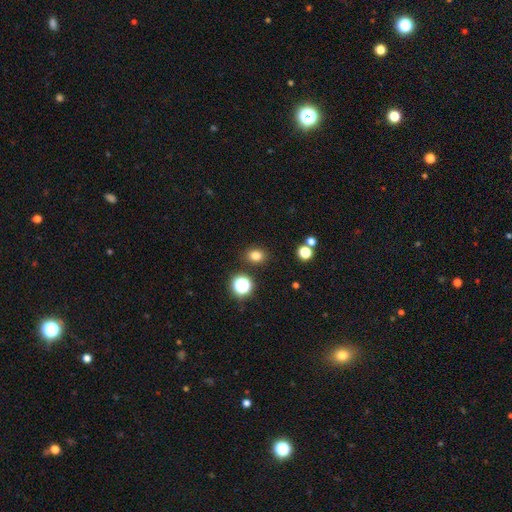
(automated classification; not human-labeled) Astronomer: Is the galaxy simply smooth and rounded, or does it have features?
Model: smooth — 79%.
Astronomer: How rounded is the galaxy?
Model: round — 59% (runner-up: in between, 40%).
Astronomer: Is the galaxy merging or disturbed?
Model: none — 87%.